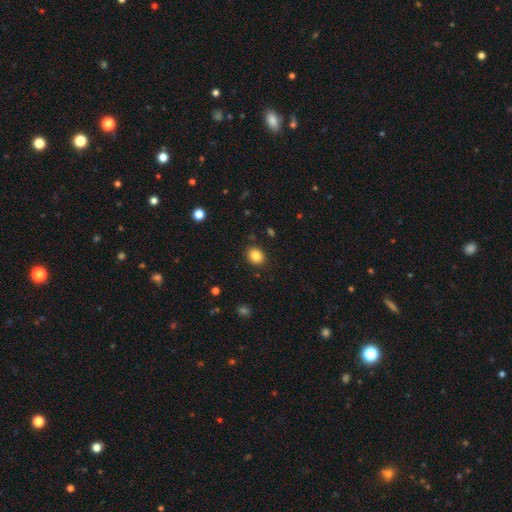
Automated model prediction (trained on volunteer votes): This is clearly a smooth galaxy (85%). How rounded: possibly round (54%). Merging: clearly none (88%).